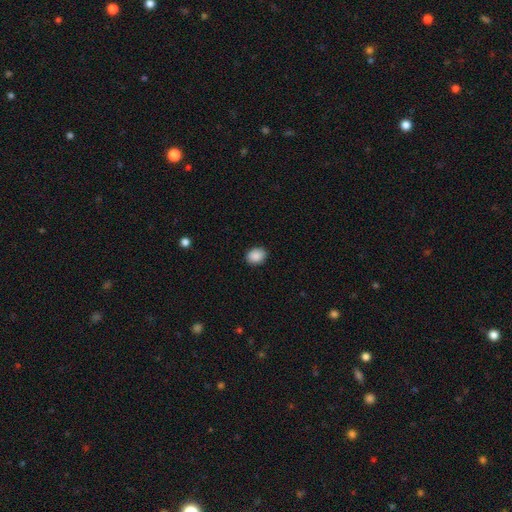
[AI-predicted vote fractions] smooth 90%, star or artifact 7%, featured or disk 3%. Down the decision tree: how rounded — in between (59%); merging — none (89%).